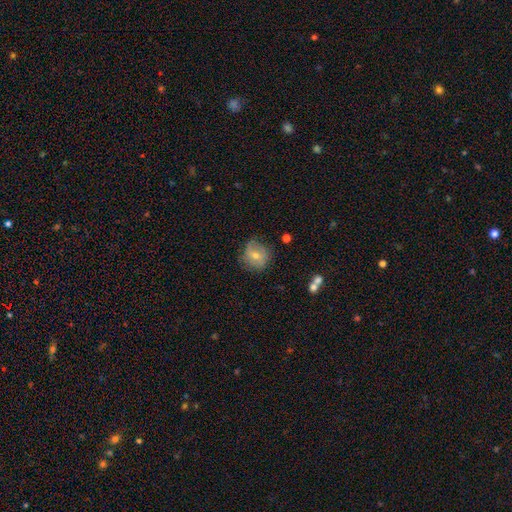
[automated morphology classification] Q: Smooth or featured?
A: smooth (61%); runner-up: featured or disk (31%)
Q: How rounded?
A: round (81%); runner-up: in between (18%)
Q: Merging?
A: none (68%); runner-up: minor disturbance (23%)